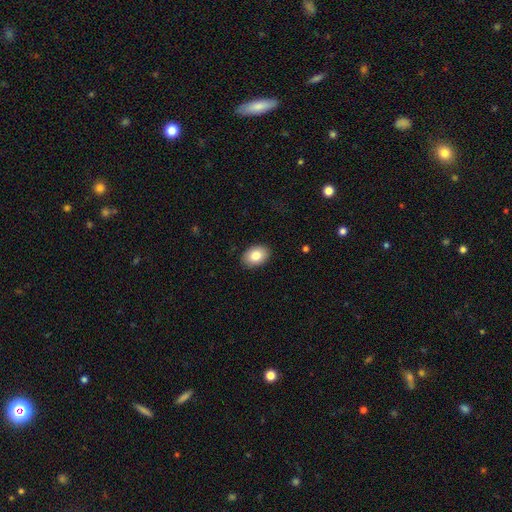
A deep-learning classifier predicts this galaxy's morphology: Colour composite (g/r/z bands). It shows a smooth galaxy with no disk features (83%) that is in between round and cigar-shaped (82%). Merging: none (88%).